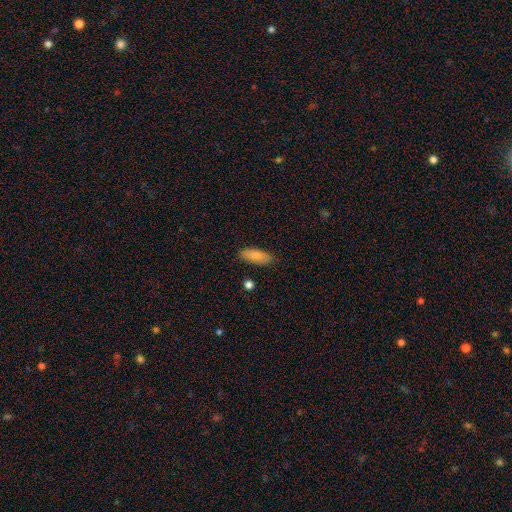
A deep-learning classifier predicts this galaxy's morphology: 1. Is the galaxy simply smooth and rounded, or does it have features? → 83% smooth, 10% featured or disk, 6% star or artifact.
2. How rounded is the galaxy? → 74% in between, 23% cigar-shaped, 2% round.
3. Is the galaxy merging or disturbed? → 84% none, 12% minor disturbance, 2% major disturbance, 2% merger.